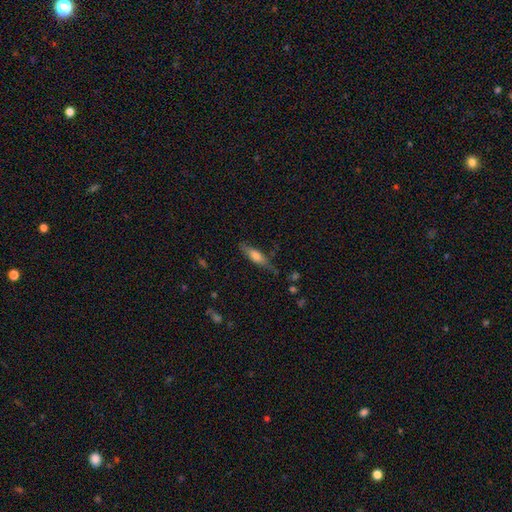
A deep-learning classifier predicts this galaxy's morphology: smooth-or-featured: smooth: 57% | featured or disk: 35% | star or artifact: 8%
  how-rounded: cigar-shaped: 62% | in between: 35% | round: 2%
  merging: none: 72% | minor disturbance: 20% | major disturbance: 6% | merger: 2%